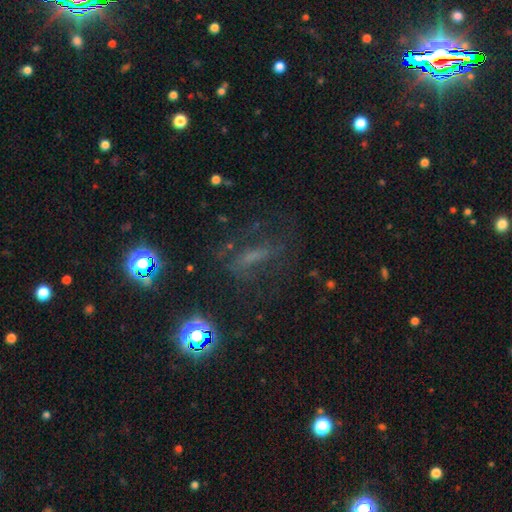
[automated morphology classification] Smooth or featured? Predicted: featured or disk (p=0.37). Merging? Predicted: none (p=0.63).